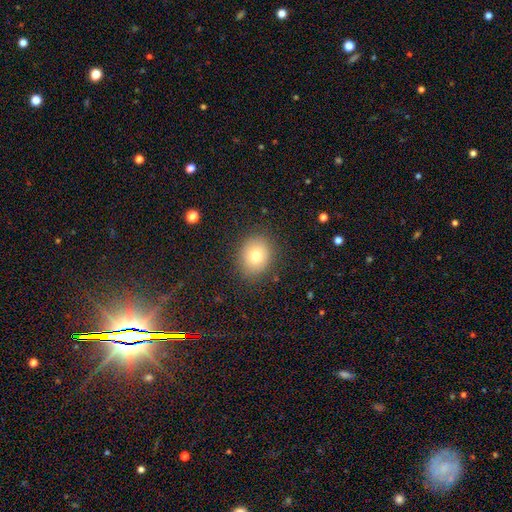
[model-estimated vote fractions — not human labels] smooth-or-featured: smooth: 76% | featured or disk: 13% | star or artifact: 12%
  how-rounded: round: 60% | in between: 39% | cigar-shaped: 1%
  merging: none: 85% | minor disturbance: 10% | major disturbance: 3% | merger: 1%